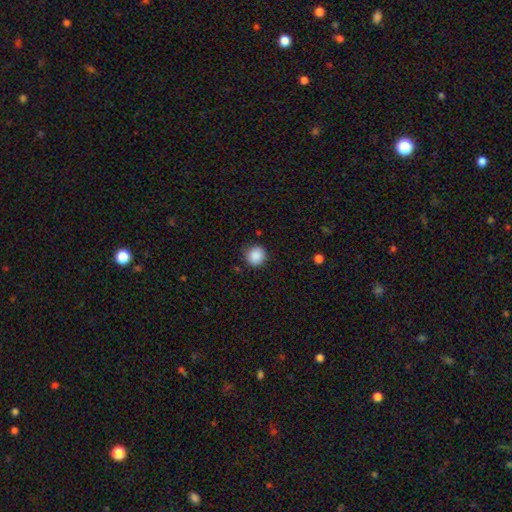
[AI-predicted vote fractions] Overall: smooth (89%). How rounded: round (90%). Merging: none (89%).